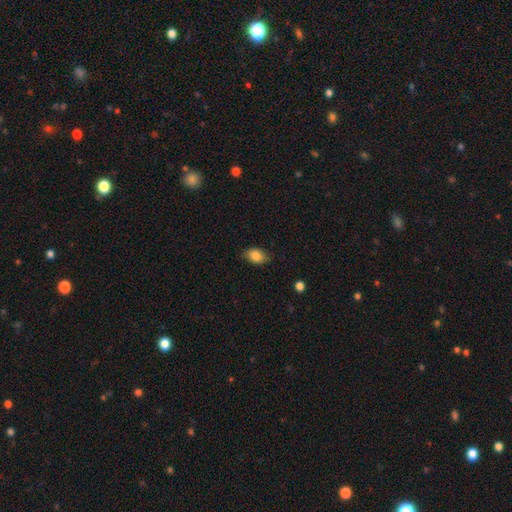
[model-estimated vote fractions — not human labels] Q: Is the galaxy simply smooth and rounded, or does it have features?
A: smooth — 85%.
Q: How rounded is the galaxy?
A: in between — 84%.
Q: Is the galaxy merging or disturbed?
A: none — 80%.